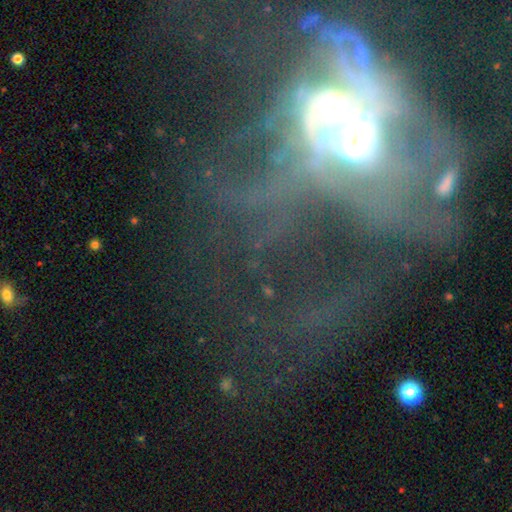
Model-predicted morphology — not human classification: The model was most divided on "merging": merger: 54%, major disturbance: 29%, none: 11%, minor disturbance: 6%. More confident: edge-on disk — no (94%); bar — no (77%); spiral arms — no (64%); smooth or featured — featured or disk (62%); bulge size — moderate (58%).